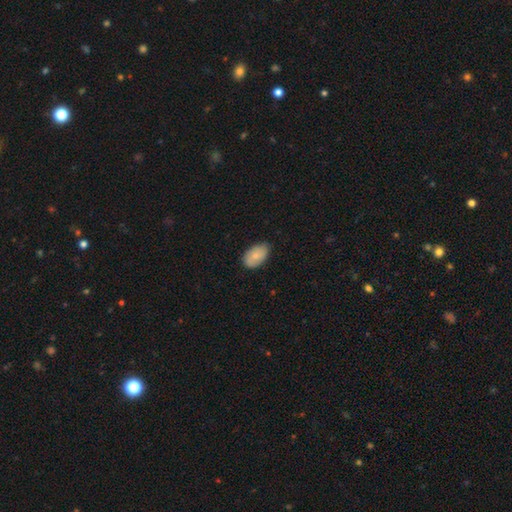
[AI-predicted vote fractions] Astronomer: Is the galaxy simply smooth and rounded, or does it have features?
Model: smooth — 77%.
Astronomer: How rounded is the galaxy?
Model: in between — 92%.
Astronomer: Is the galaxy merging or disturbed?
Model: none — 77%.